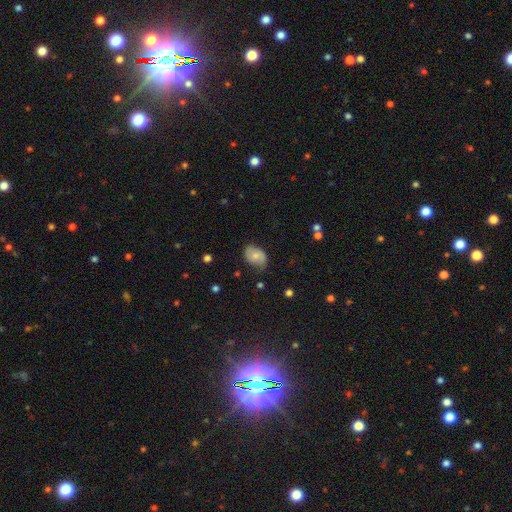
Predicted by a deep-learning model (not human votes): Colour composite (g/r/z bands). It shows a smooth galaxy with no disk features (59%) that is in between round and cigar-shaped (80%). Merging: none (66%).